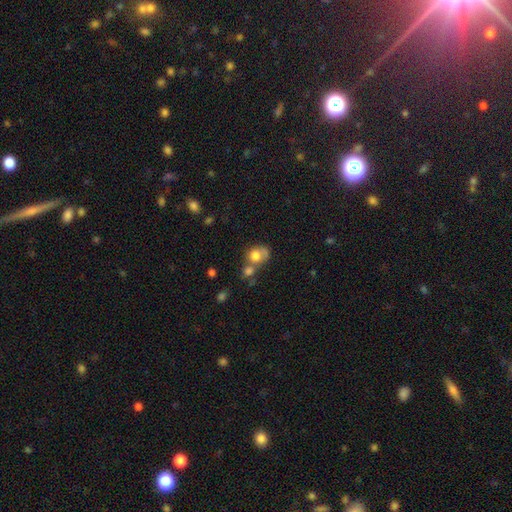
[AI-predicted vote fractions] Smooth or featured?
  - smooth: 75% *
  - featured or disk: 15%
  - star or artifact: 10%
How rounded?
  - round: 63% *
  - in between: 35%
  - cigar-shaped: 1%
Merging?
  - merger: 49% *
  - none: 29%
  - minor disturbance: 13%
  - major disturbance: 10%